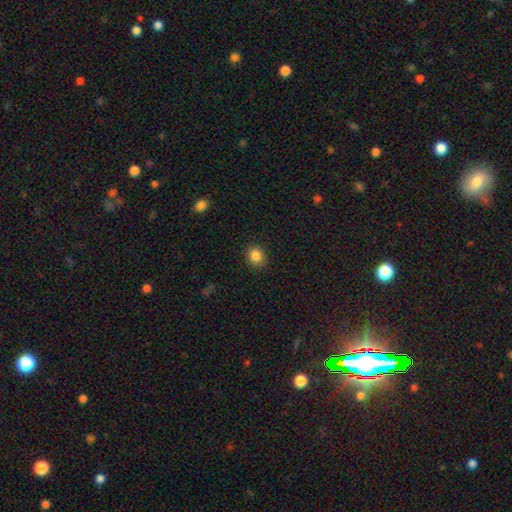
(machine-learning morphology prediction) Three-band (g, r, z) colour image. It shows a smooth galaxy with no disk features (86%) that is round (72%). Merging: none (89%).